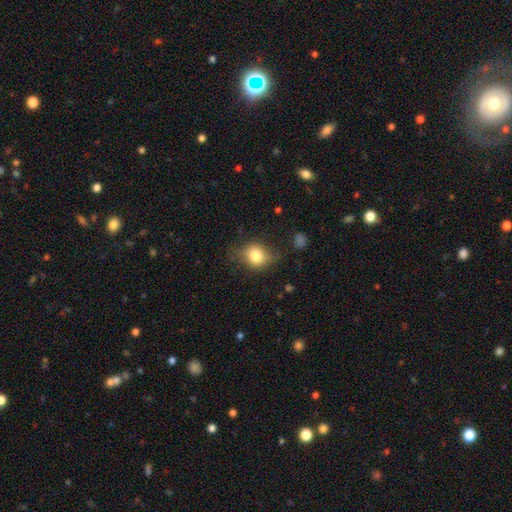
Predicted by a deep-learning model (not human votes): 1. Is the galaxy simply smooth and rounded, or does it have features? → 74% smooth, 16% featured or disk, 10% star or artifact.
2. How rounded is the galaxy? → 62% round, 37% in between, 1% cigar-shaped.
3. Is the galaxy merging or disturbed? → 62% none, 27% minor disturbance, 9% major disturbance, 2% merger.